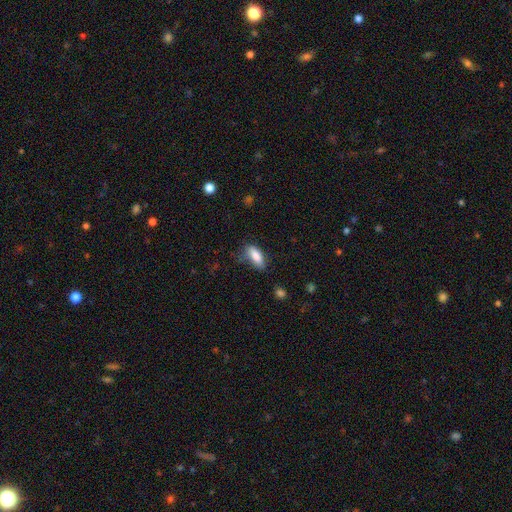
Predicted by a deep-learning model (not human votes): smooth_or_featured: smooth (p=0.84) [alt: featured or disk p=0.09]
how_rounded: in between (p=0.75) [alt: cigar-shaped p=0.23]
merging: none (p=0.63) [alt: minor disturbance p=0.27]